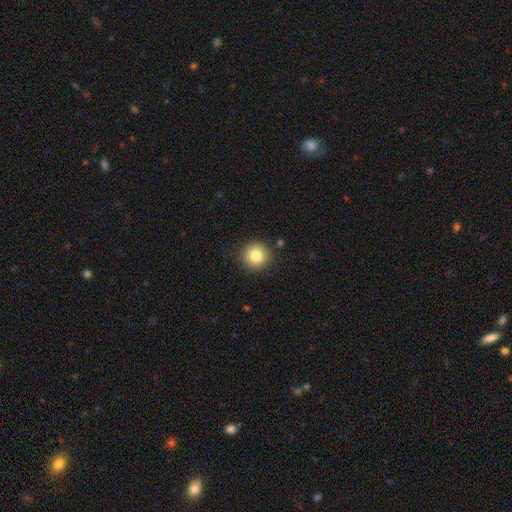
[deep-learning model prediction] A smooth galaxy with no disk features (83%) that is round (94%). Merging: none (89%).